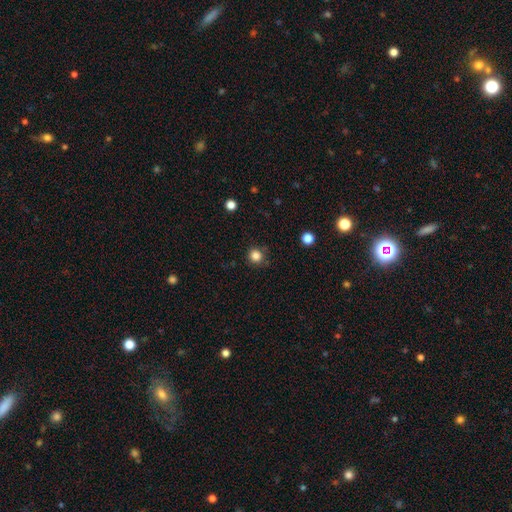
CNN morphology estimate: A smooth galaxy with no disk features (84%) that is round (92%).

Vote fractions:
- Smooth or featured? smooth: 84% / star or artifact: 13% / featured or disk: 4%
- How rounded? round: 92% / in between: 7% / cigar-shaped: 1%
- Merging? none: 86% / minor disturbance: 10% / major disturbance: 3% / merger: 2%